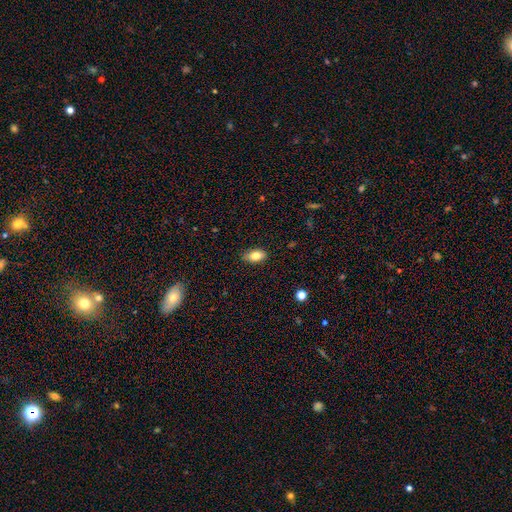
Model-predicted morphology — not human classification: Q: Smooth or featured?
A: smooth (79%); runner-up: featured or disk (12%)
Q: How rounded?
A: in between (89%); runner-up: round (7%)
Q: Merging?
A: none (85%); runner-up: minor disturbance (12%)